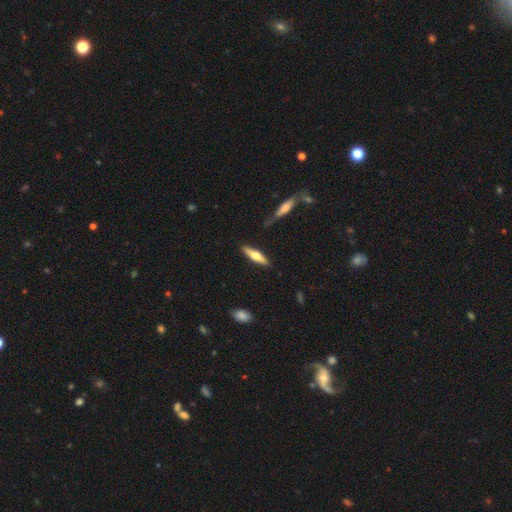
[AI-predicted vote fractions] Morphology: type=featured or disk (53%); edge-on=yes (93%); merging=none (85%).